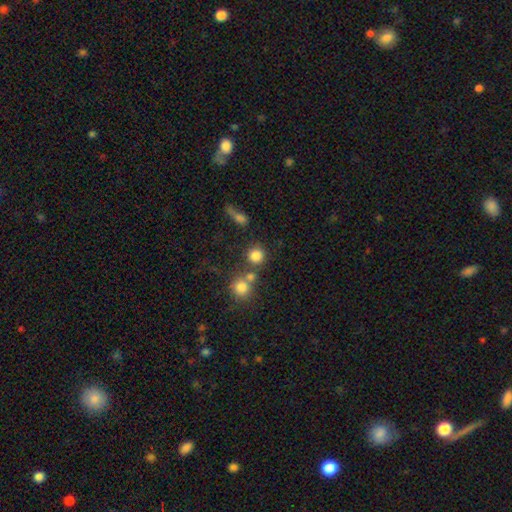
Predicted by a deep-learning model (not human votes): Overall: smooth (80%). How rounded: round (90%). Merging: none (66%).